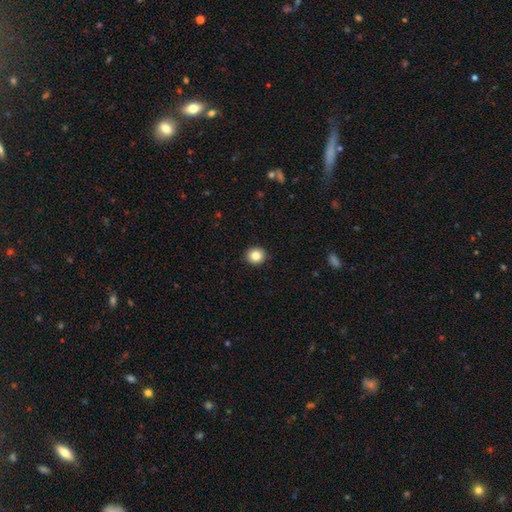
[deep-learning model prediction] smooth 84%, star or artifact 10%, featured or disk 6%. Down the decision tree: how rounded — round (87%); merging — none (92%).